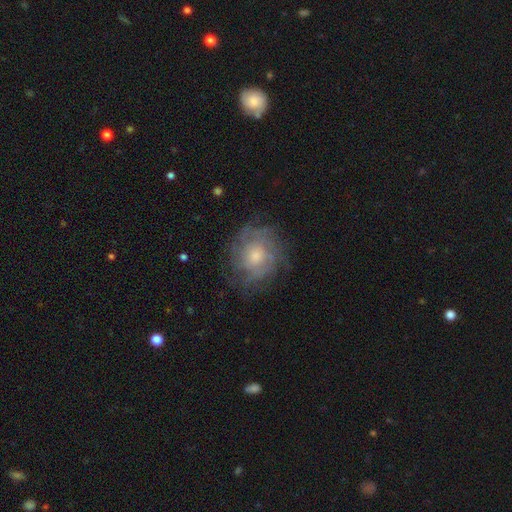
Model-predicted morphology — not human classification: featured or disk 61%, smooth 30%, star or artifact 10%. Down the decision tree: edge-on disk — no (97%); bar — no (81%); spiral arms — yes (76%); bulge size — moderate (51%); merging — none (71%).